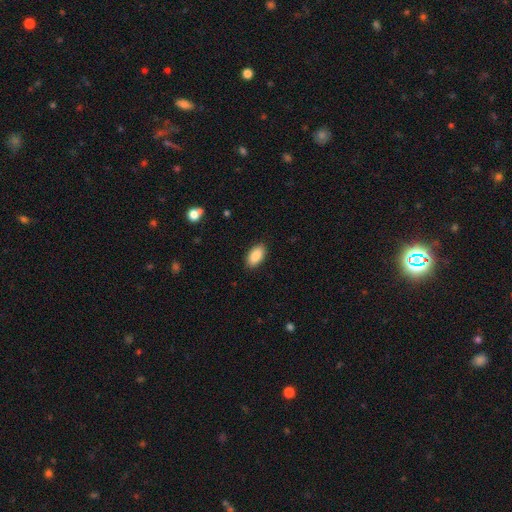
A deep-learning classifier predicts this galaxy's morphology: Smooth or featured? Predicted: smooth (p=0.89). How rounded? Predicted: in between (p=0.94). Merging? Predicted: none (p=0.89).